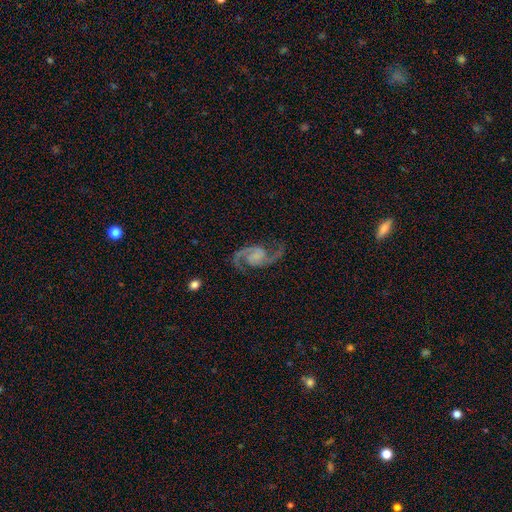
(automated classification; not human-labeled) Overall: featured or disk (93%). Edge-on disk: no (98%). Bar: no (52%; weak 36%). Spiral arms: yes (98%). Spiral arm count: 2 (95%). Spiral winding: medium (58%; loose 29%). Bulge size: none (53%; small 29%). Merging: none (80%).